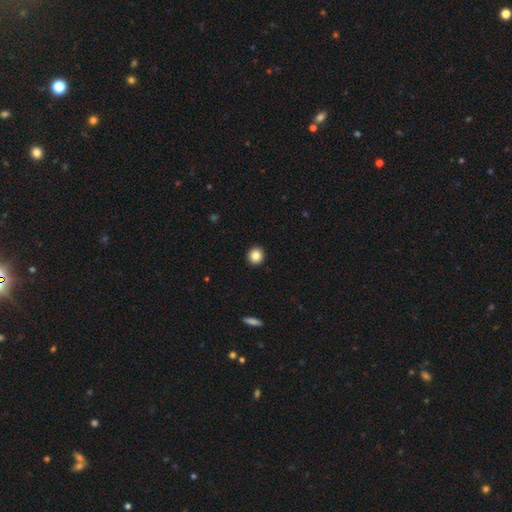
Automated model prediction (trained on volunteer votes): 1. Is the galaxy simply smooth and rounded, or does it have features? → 85% smooth, 10% star or artifact, 5% featured or disk.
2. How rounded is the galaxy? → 91% round, 8% in between, 1% cigar-shaped.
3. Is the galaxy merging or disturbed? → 93% none, 4% minor disturbance, 1% major disturbance, 1% merger.